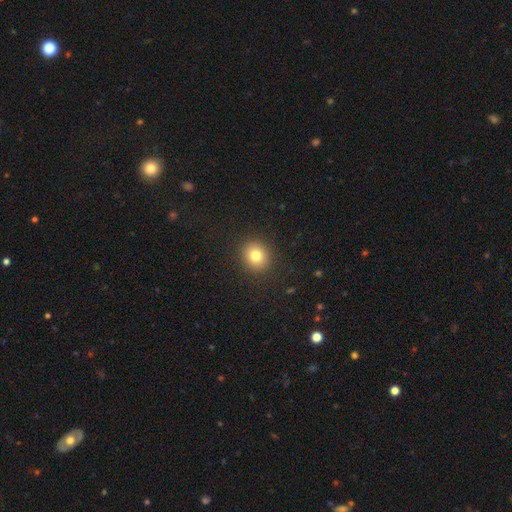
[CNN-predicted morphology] Smooth or featured? smooth (81%)
How rounded? round (82%)
Merging? none (91%)